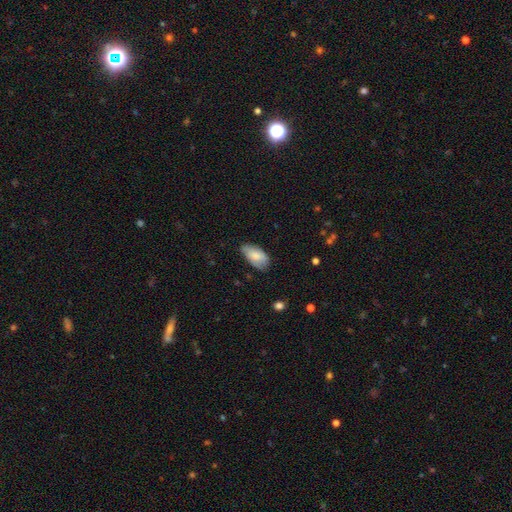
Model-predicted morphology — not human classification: A smooth galaxy with no disk features (76%) that is in between round and cigar-shaped (94%). Merging: none (60%).